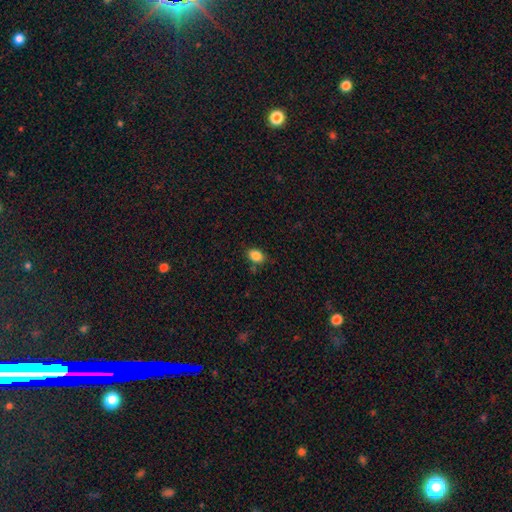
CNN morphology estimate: Q: Smooth or featured?
A: smooth (86%); runner-up: star or artifact (10%)
Q: How rounded?
A: in between (78%); runner-up: round (21%)
Q: Merging?
A: none (78%); runner-up: minor disturbance (14%)